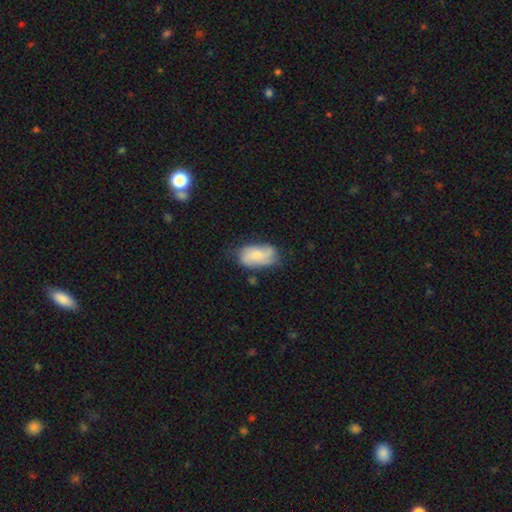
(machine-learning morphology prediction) Smooth or featured? smooth (49%)
Merging? none (54%)